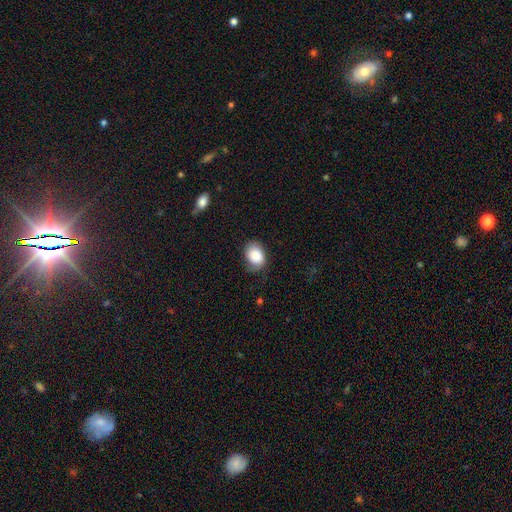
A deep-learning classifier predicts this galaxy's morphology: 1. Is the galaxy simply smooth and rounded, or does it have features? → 85% smooth, 8% featured or disk, 7% star or artifact.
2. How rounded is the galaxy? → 66% in between, 33% round, 1% cigar-shaped.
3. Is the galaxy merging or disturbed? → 67% none, 25% minor disturbance, 7% major disturbance, 1% merger.